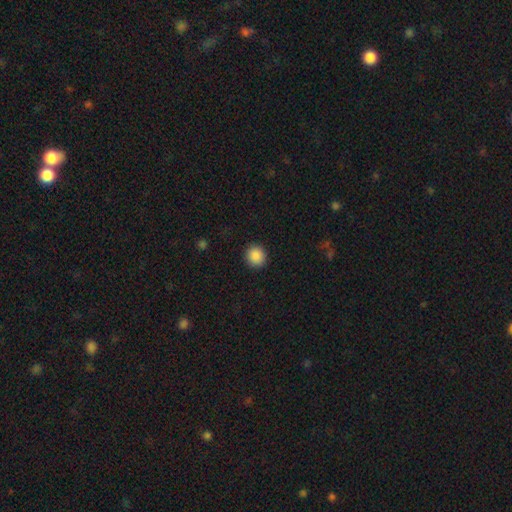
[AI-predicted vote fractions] This appears to be a smooth galaxy with no disk features (89%) that is round (92%). Merging: none (92%).